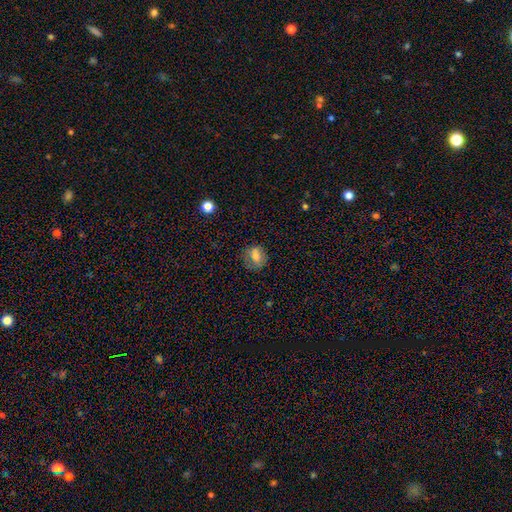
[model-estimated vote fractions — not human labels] The model was most divided on "how rounded": round: 60%, in between: 38%, cigar-shaped: 1%. More confident: smooth or featured — smooth (73%); merging — none (70%).